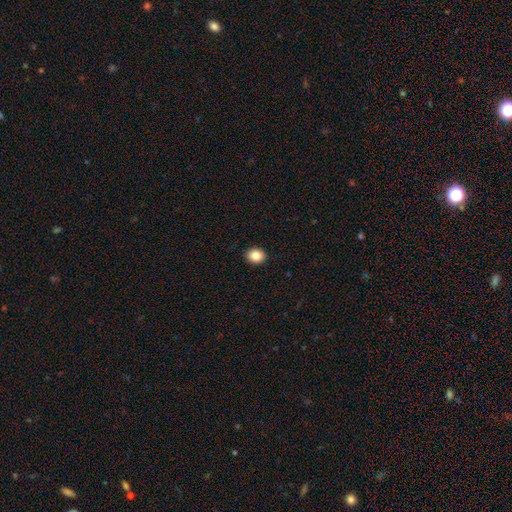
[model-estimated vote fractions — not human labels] The model was most divided on "how rounded": round: 53%, in between: 46%, cigar-shaped: 1%. More confident: merging — none (92%); smooth or featured — smooth (85%).